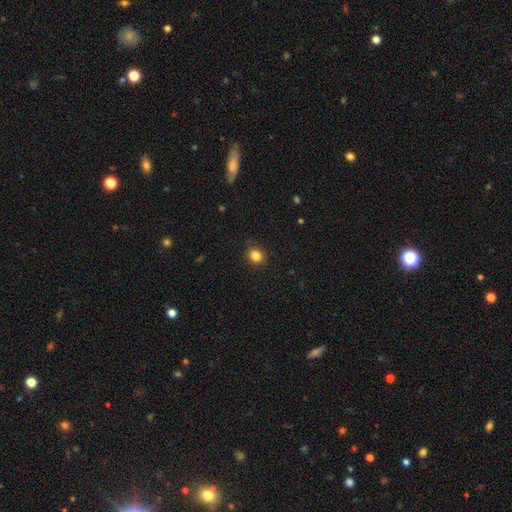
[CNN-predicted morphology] This is clearly a smooth galaxy (84%). How rounded: likely round (74%). Merging: clearly none (88%).